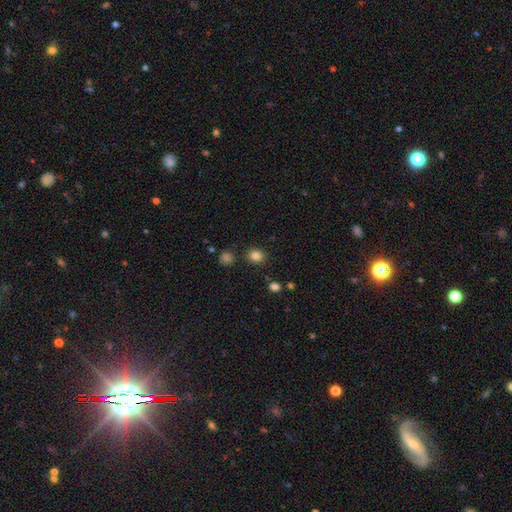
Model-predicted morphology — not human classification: type=smooth (83%); roundness=round (72%); merging=none (85%).